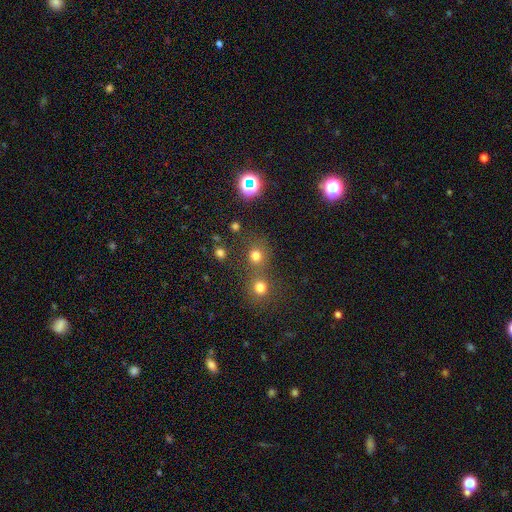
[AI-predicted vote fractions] Overall: smooth (74%). How rounded: round (85%). Merging: none (58%; merger 31%).